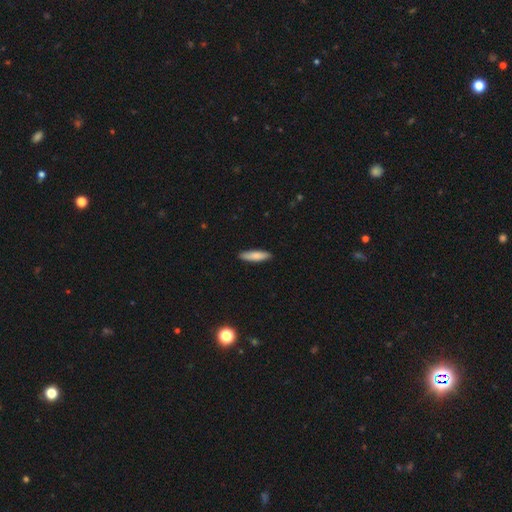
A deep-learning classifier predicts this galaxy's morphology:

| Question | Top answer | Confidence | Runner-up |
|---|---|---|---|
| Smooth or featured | smooth | 82% | featured or disk (13%) |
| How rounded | cigar-shaped | 71% | in between (28%) |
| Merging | none | 90% | minor disturbance (8%) |